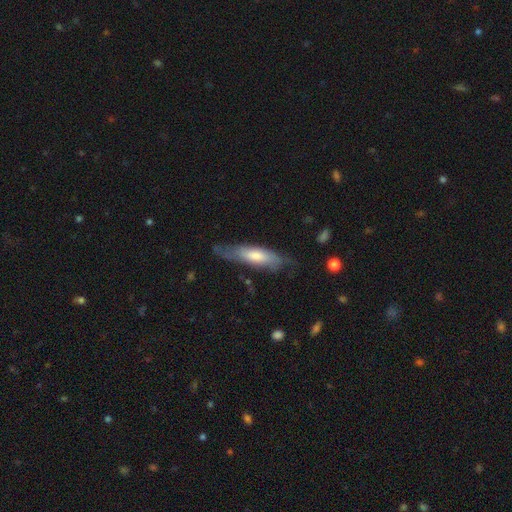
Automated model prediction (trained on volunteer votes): Smooth or featured: smooth — 55% (featured or disk — 39%)
How rounded: cigar-shaped — 66% (in between — 33%)
Merging: none — 64% (minor disturbance — 26%)